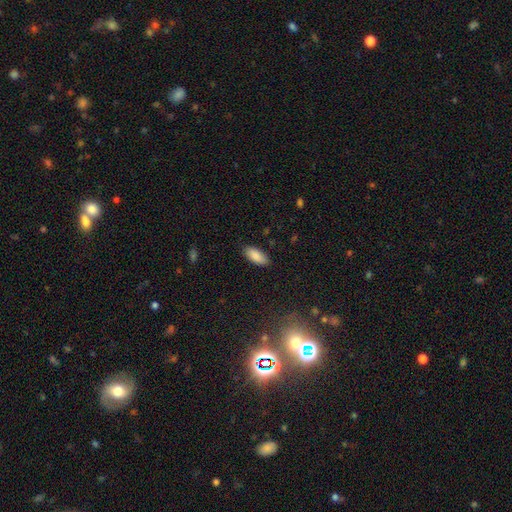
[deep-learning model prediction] This appears to be a smooth galaxy with no disk features (88%) that is in between round and cigar-shaped (88%). Merging: none (86%).